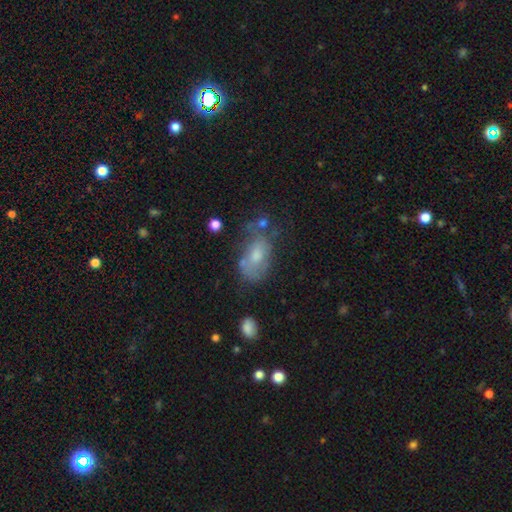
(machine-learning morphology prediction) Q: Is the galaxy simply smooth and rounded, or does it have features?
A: smooth — 49%.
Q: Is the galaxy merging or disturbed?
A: none — 42%.